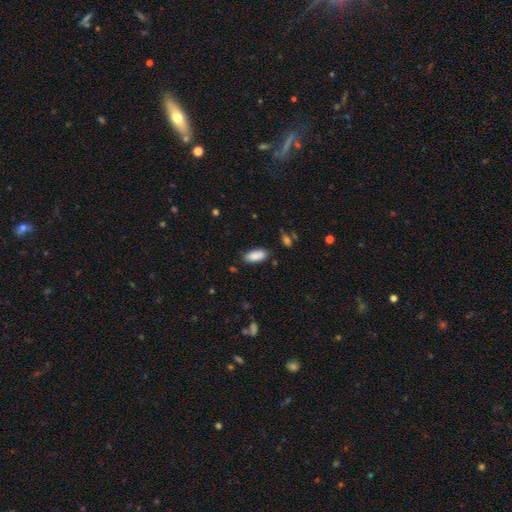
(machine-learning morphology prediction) This appears to be a smooth galaxy with no disk features (89%) that is in between round and cigar-shaped (86%). Merging: none (83%).